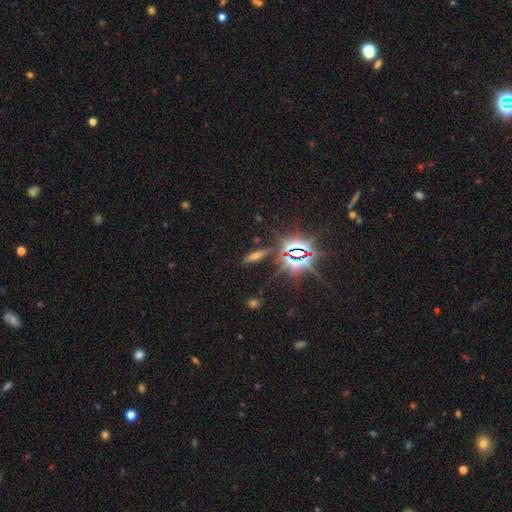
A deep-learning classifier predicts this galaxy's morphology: Smooth or featured?
  - star or artifact: 46% *
  - smooth: 30%
  - featured or disk: 24%